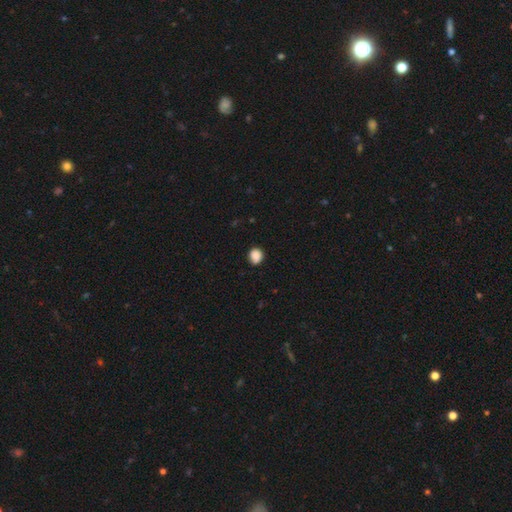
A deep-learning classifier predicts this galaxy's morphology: smooth_or_featured: smooth (p=0.87) [alt: star or artifact p=0.09]
how_rounded: round (p=0.69) [alt: in between p=0.30]
merging: none (p=0.81) [alt: minor disturbance p=0.15]